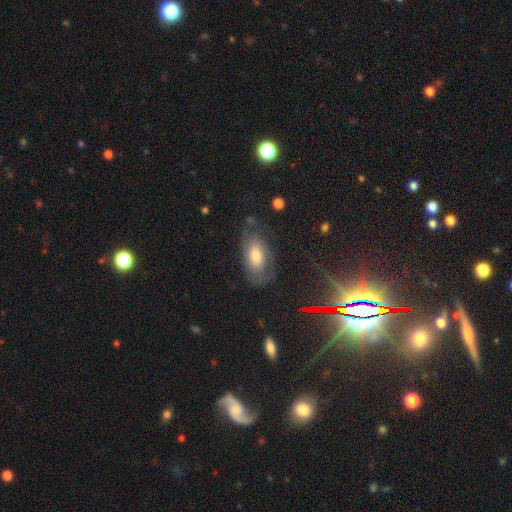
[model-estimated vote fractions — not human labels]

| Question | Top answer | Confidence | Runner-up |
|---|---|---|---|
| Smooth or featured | featured or disk | 53% | smooth (36%) |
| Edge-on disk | no | 91% | yes (9%) |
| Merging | none | 63% | minor disturbance (22%) |